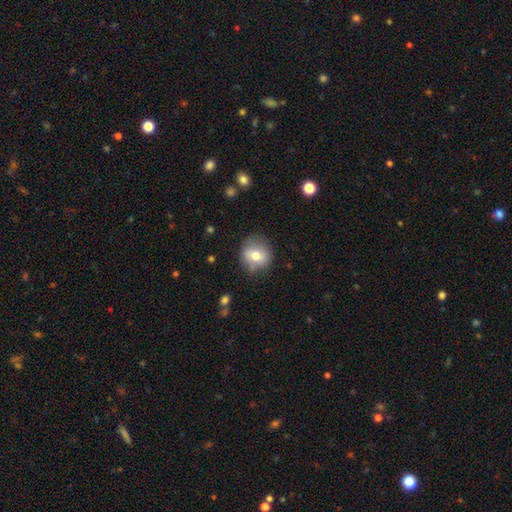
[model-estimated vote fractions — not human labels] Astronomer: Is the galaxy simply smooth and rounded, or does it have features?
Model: smooth — 69%.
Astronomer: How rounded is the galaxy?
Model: round — 86%.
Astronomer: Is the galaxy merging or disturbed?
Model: none — 79%.